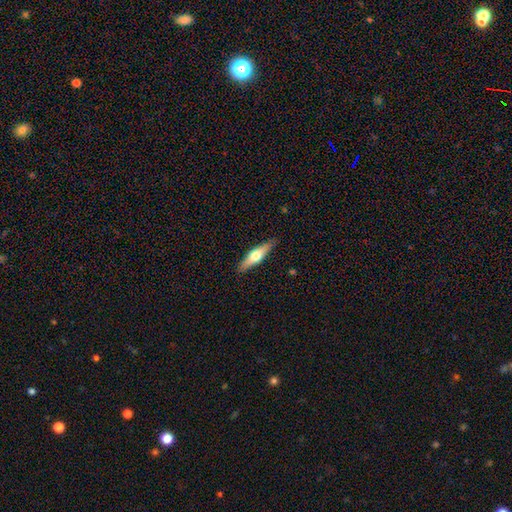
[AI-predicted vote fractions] smooth-or-featured: featured or disk: 51% | smooth: 44% | star or artifact: 5%
  disk-edge-on: yes: 93% | no: 7%
  merging: none: 88% | minor disturbance: 9% | major disturbance: 2% | merger: 1%